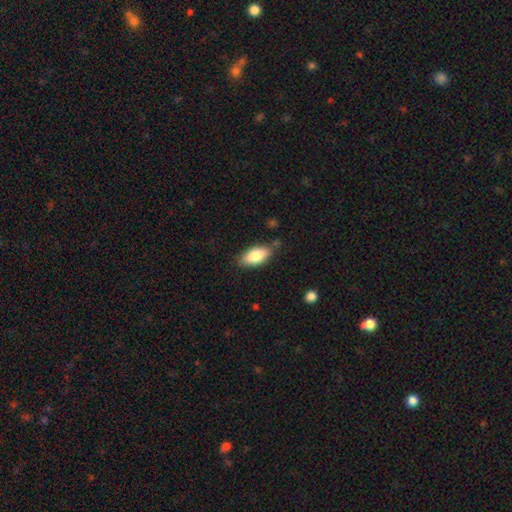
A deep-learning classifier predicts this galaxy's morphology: Smooth or featured?
  - smooth: 82% *
  - featured or disk: 12%
  - star or artifact: 6%
How rounded?
  - in between: 88% *
  - cigar-shaped: 9%
  - round: 3%
Merging?
  - none: 81% *
  - minor disturbance: 14%
  - major disturbance: 3%
  - merger: 2%